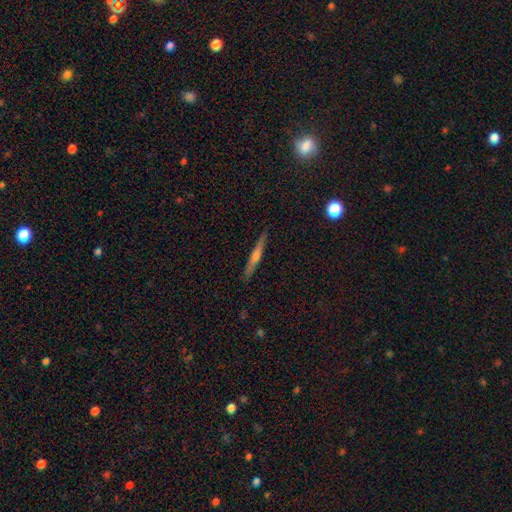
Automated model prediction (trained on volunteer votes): Morphology: type=featured or disk (58%); edge-on=yes (97%); edge-on bulge=rounded (74%); merging=none (90%).